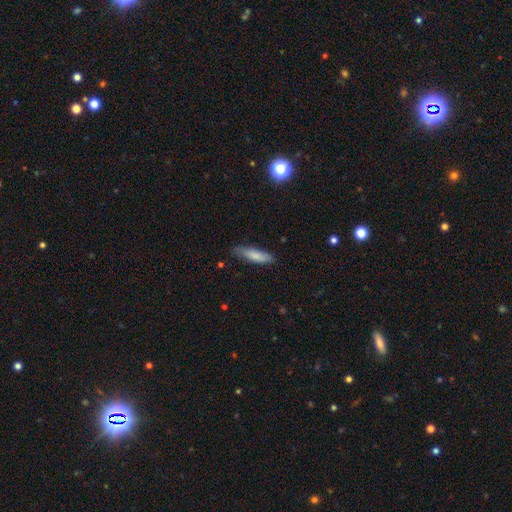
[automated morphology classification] Q: Smooth or featured?
A: smooth (80%); runner-up: featured or disk (15%)
Q: How rounded?
A: cigar-shaped (61%); runner-up: in between (38%)
Q: Merging?
A: none (72%); runner-up: minor disturbance (22%)